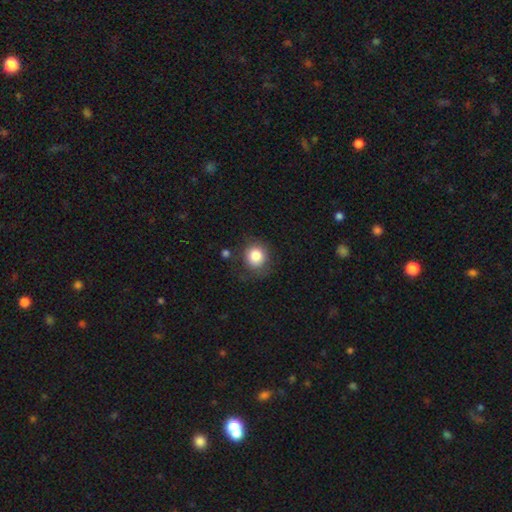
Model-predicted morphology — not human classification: Smooth or featured? smooth (83%)
How rounded? round (87%)
Merging? none (74%)